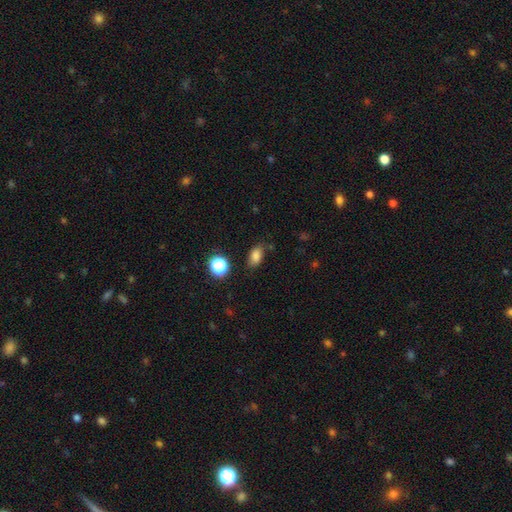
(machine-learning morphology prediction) smooth_or_featured: smooth (p=0.80) [alt: star or artifact p=0.13]
how_rounded: in between (p=0.84) [alt: round p=0.14]
merging: none (p=0.73) [alt: minor disturbance p=0.19]